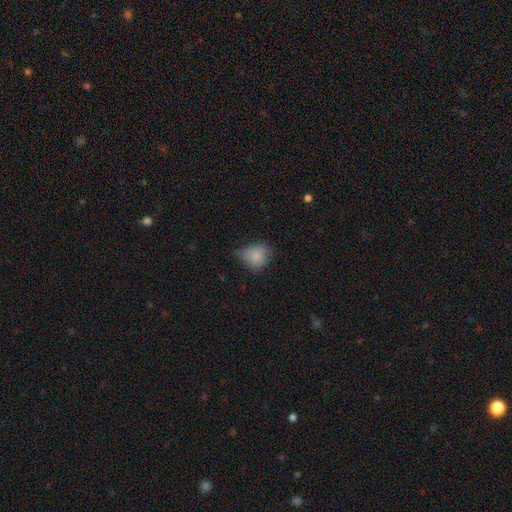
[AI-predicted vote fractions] This is likely a smooth galaxy (79%). How rounded: likely round (62%). Merging: possibly none (46%).